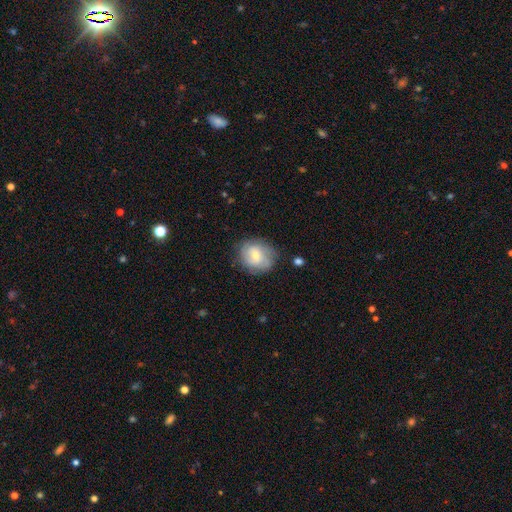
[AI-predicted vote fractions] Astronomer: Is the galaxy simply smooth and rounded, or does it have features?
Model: featured or disk — 48% (runner-up: smooth, 44%).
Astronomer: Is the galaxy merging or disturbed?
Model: none — 73%.